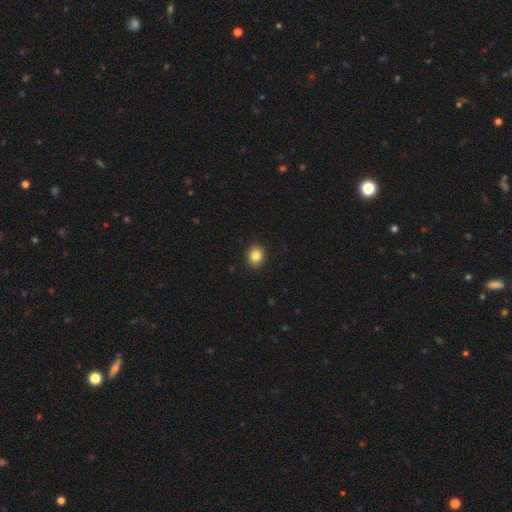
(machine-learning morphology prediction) Smooth or featured? Predicted: smooth (p=0.85). How rounded? Predicted: round (p=0.65). Merging? Predicted: none (p=0.91).